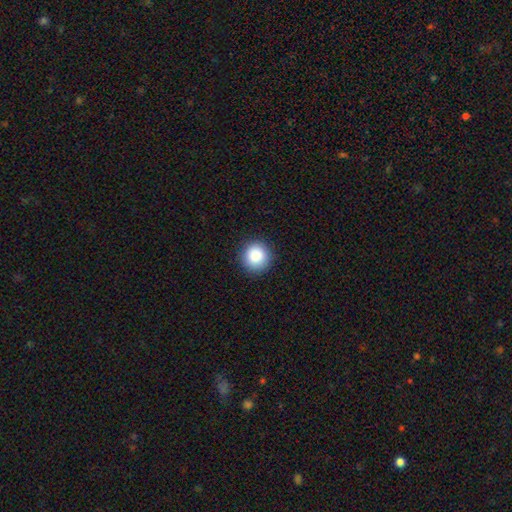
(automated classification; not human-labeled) A smooth galaxy with no disk features (88%) that is round (94%).

Vote fractions:
- Smooth or featured? smooth: 88% / star or artifact: 8% / featured or disk: 4%
- How rounded? round: 94% / in between: 5% / cigar-shaped: 1%
- Merging? none: 91% / minor disturbance: 6% / major disturbance: 2% / merger: 1%